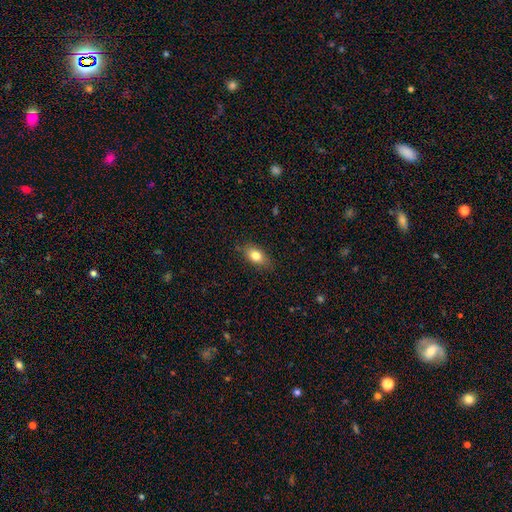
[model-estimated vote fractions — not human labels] smooth-or-featured: smooth: 80% | featured or disk: 11% | star or artifact: 8%
  how-rounded: in between: 85% | round: 10% | cigar-shaped: 4%
  merging: none: 81% | minor disturbance: 15% | major disturbance: 3% | merger: 1%